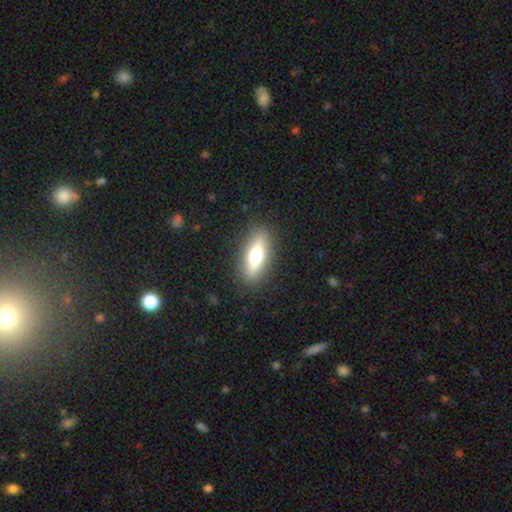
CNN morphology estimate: This appears to be a smooth galaxy with no disk features (56%) that is in between round and cigar-shaped (56%). Merging: none (88%).